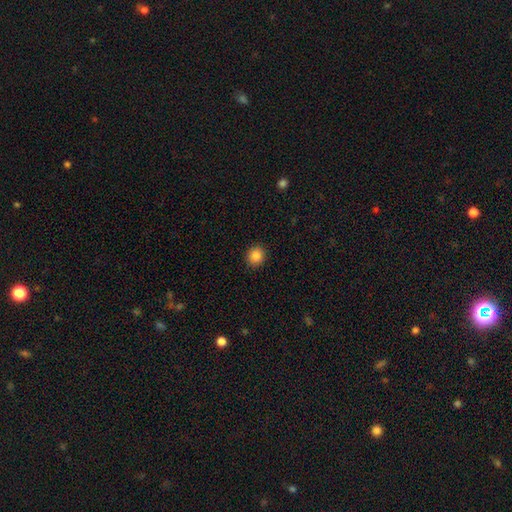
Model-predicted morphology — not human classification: smooth 86%, star or artifact 10%, featured or disk 4%. Down the decision tree: how rounded — round (83%); merging — none (91%).